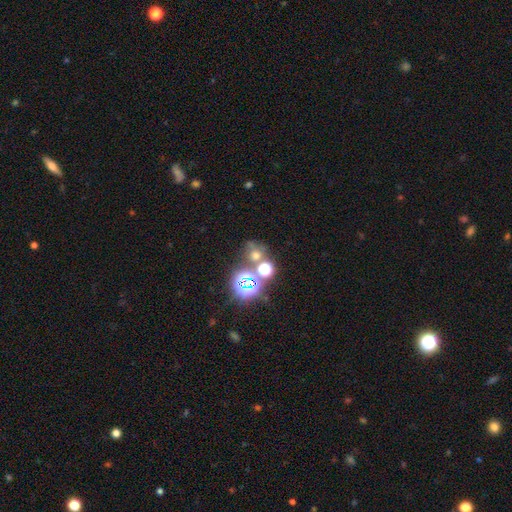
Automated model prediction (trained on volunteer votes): The model was most divided on "smooth or featured": smooth: 48%, star or artifact: 41%, featured or disk: 11%. More confident: merging — none (56%).